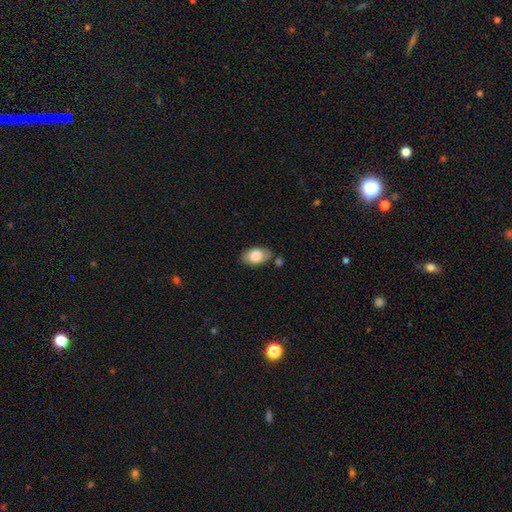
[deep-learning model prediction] The model was most divided on "merging": none: 73%, minor disturbance: 17%, merger: 7%, major disturbance: 4%. More confident: how rounded — in between (92%); smooth or featured — smooth (80%).